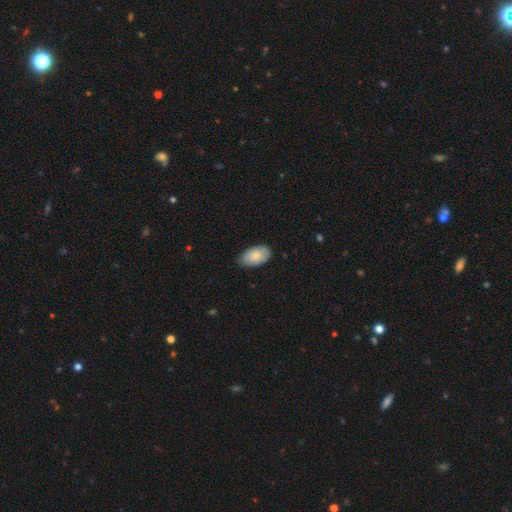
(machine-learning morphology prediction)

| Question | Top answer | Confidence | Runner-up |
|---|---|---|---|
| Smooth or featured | smooth | 78% | featured or disk (16%) |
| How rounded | in between | 94% | round (4%) |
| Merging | none | 76% | minor disturbance (21%) |